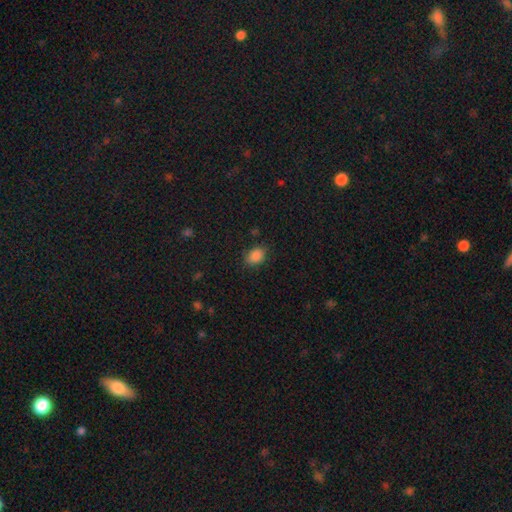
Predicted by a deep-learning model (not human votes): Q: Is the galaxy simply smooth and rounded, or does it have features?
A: smooth — 87%.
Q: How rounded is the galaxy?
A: in between — 67%.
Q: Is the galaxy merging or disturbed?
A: none — 81%.